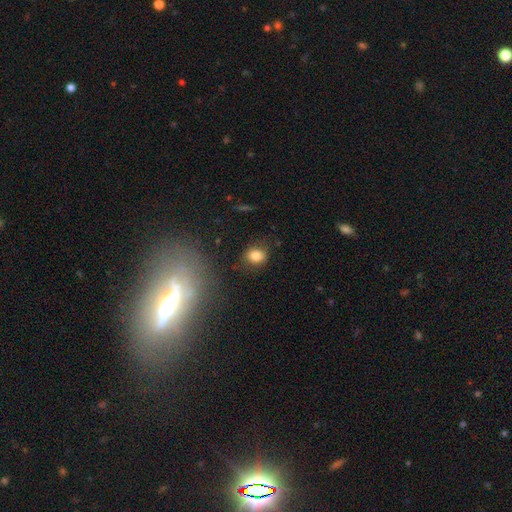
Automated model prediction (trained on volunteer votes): Morphology: type=smooth (81%); roundness=round (60%); merging=none (77%).